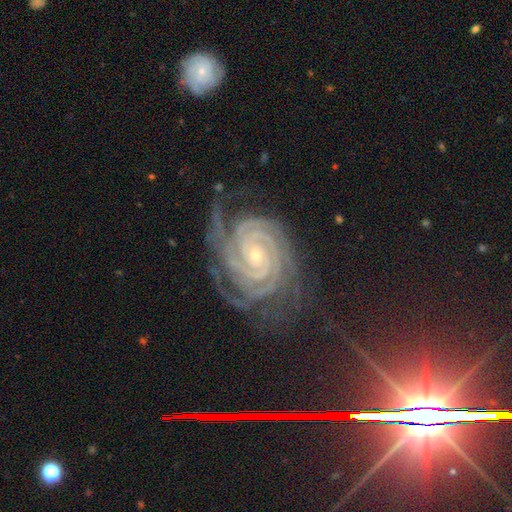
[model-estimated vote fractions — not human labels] A featured or disk galaxy (91%) with no bar (61%), 2 (24%) tight (89%) spiral arms (99%) and a small central bulge (79%).

Vote fractions:
- Smooth or featured? featured or disk: 91% / star or artifact: 6% / smooth: 3%
- Edge-on disk? no: 98% / yes: 2%
- Bar? no: 61% / weak: 23% / strong: 16%
- Spiral arms? yes: 99% / no: 1%
- Spiral winding? tight: 89% / medium: 10% / loose: 2%
- Spiral arm count? 2: 24% / 3: 22% / 4: 20% / can't tell: 12% / more than 4: 12% / 1: 9%
- Bulge size? small: 79% / moderate: 18% / none: 1% / large: 1% / dominant: 1%
- Merging? none: 72% / minor disturbance: 19% / major disturbance: 8% / merger: 2%